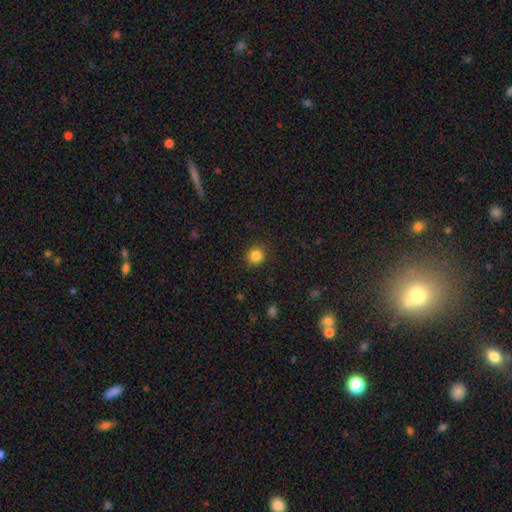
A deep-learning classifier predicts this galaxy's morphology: The model was most divided on "smooth or featured": smooth: 84%, star or artifact: 11%, featured or disk: 4%. More confident: merging — none (90%); how rounded — round (90%).